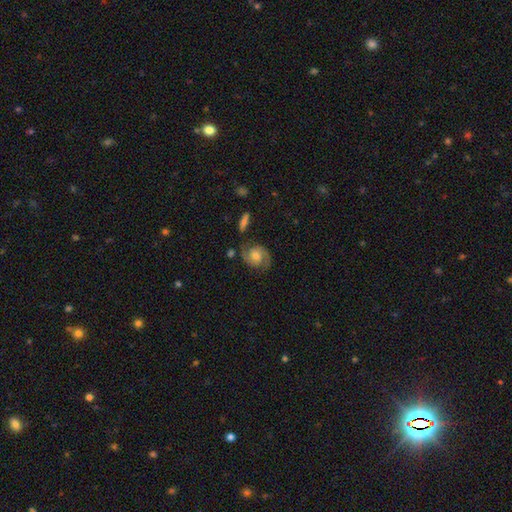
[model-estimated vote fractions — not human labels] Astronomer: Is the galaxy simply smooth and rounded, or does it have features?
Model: featured or disk — 79%.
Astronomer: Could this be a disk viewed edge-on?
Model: no — 97%.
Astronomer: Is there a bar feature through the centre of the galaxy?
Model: no — 56% (runner-up: weak, 37%).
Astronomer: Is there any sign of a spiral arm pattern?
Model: yes — 96%.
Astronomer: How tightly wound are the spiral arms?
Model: medium — 53% (runner-up: tight, 31%).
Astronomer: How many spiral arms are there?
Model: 2 — 92%.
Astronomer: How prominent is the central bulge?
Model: moderate — 56%.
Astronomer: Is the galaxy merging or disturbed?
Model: none — 76%.